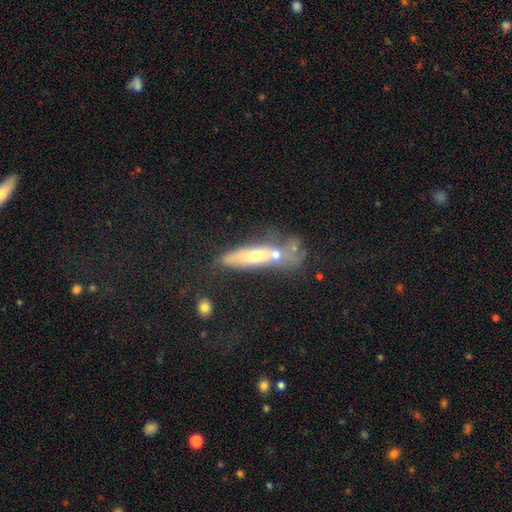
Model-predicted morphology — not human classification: Smooth or featured: featured or disk — 51% (smooth — 36%)
Edge-on disk: yes — 56% (no — 44%)
Merging: merger — 38% (none — 31%)